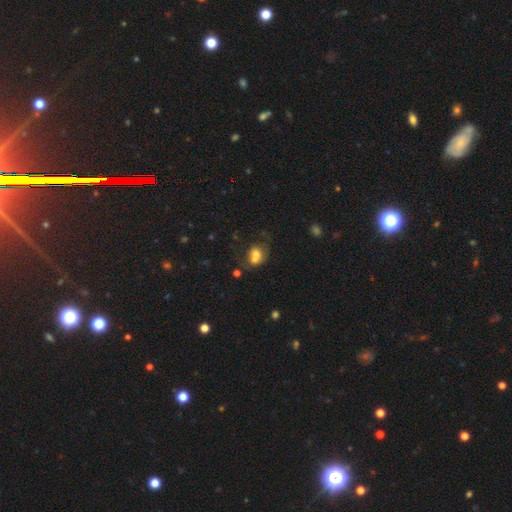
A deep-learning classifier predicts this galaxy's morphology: Smooth or featured: smooth — 66% (featured or disk — 21%)
How rounded: in between — 52% (round — 47%)
Merging: merger — 55% (none — 25%)